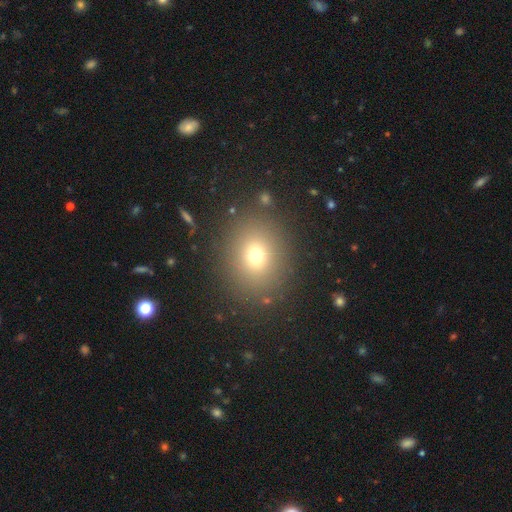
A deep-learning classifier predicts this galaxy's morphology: smooth 70%, star or artifact 19%, featured or disk 11%. Down the decision tree: how rounded — round (70%); merging — none (86%).